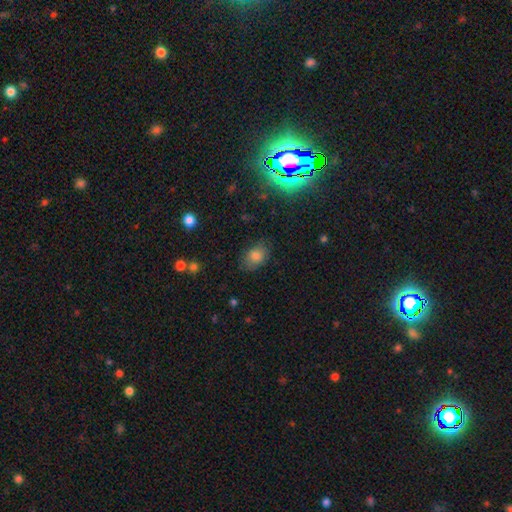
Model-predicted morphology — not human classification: smooth 81%, star or artifact 11%, featured or disk 8%. Down the decision tree: how rounded — in between (76%); merging — none (78%).